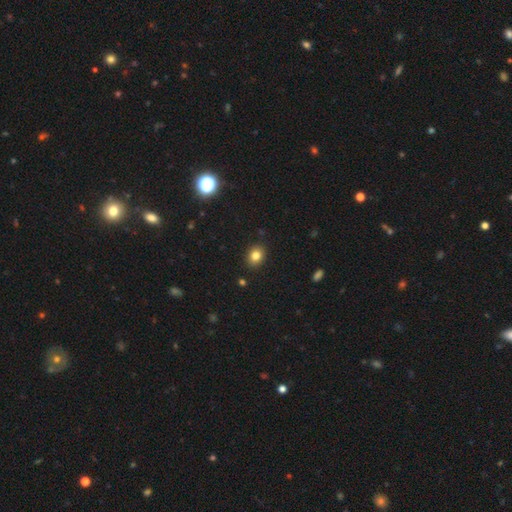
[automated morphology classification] This is clearly a smooth galaxy (82%). How rounded: possibly round (53%). Merging: clearly none (90%).